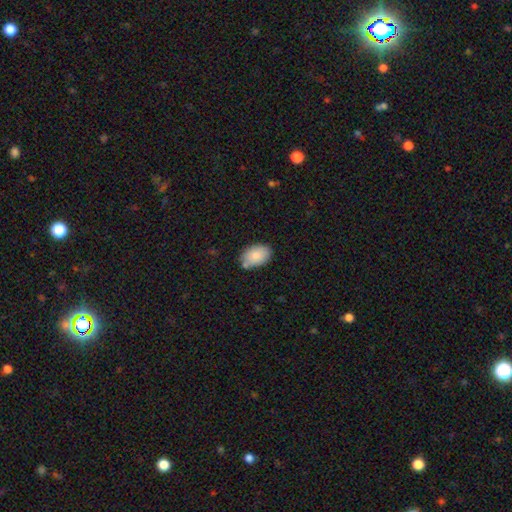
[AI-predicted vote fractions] Smooth or featured?
  - smooth: 84% *
  - featured or disk: 9%
  - star or artifact: 7%
How rounded?
  - in between: 90% *
  - round: 9%
  - cigar-shaped: 1%
Merging?
  - none: 72% *
  - minor disturbance: 18%
  - merger: 7%
  - major disturbance: 3%